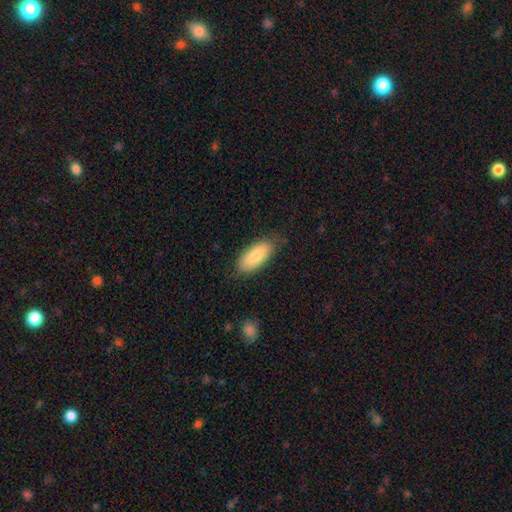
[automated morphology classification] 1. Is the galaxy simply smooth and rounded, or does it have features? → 83% smooth, 11% featured or disk, 6% star or artifact.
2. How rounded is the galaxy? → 87% in between, 11% cigar-shaped, 2% round.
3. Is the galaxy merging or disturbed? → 79% none, 17% minor disturbance, 3% major disturbance, 1% merger.